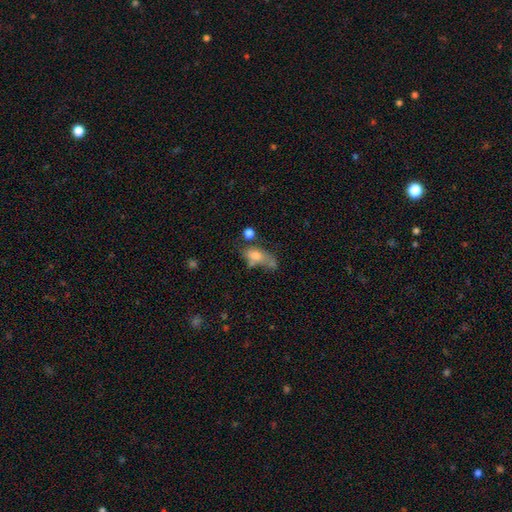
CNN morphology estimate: Smooth or featured: smooth — 61% (featured or disk — 25%)
How rounded: in between — 75% (cigar-shaped — 14%)
Merging: none — 31% (merger — 26%)